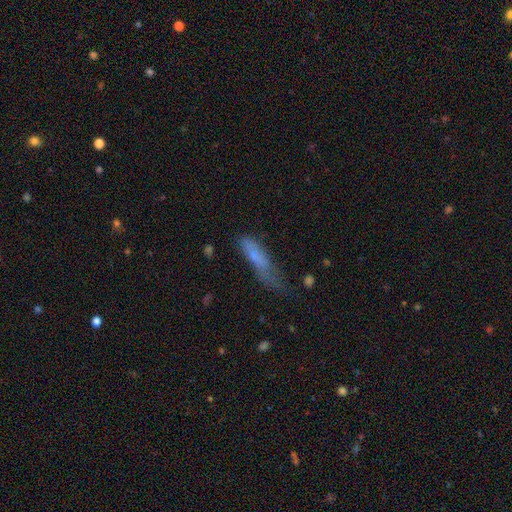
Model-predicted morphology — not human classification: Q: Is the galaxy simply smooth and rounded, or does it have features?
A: smooth — 67%.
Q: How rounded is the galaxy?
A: cigar-shaped — 70%.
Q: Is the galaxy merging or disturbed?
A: minor disturbance — 33%.